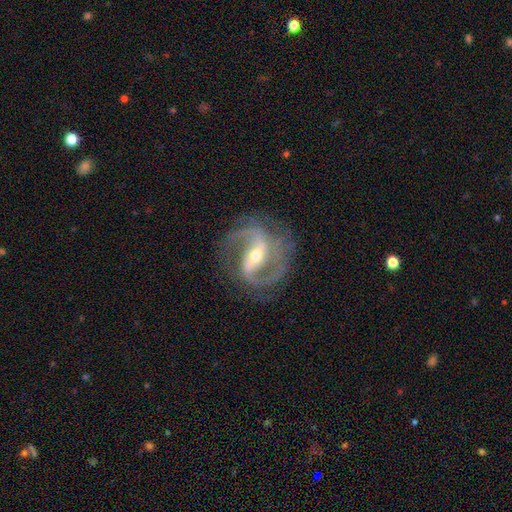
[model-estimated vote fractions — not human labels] Smooth or featured: featured or disk — 91% (star or artifact — 6%)
Edge-on disk: no — 97% (yes — 3%)
Bar: strong — 56% (weak — 31%)
Spiral arms: yes — 98% (no — 2%)
Spiral winding: medium — 58% (tight — 22%)
Spiral arm count: 2 — 86% (3 — 6%)
Bulge size: moderate — 51% (small — 45%)
Merging: none — 78% (minor disturbance — 14%)